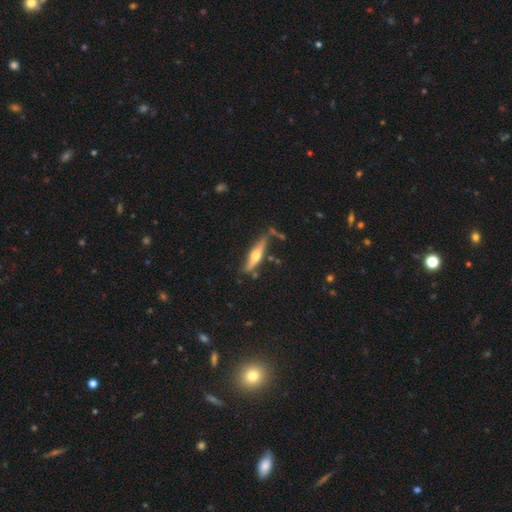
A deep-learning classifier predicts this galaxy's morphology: Smooth or featured?
  - featured or disk: 58% *
  - smooth: 36%
  - star or artifact: 6%
Edge-on disk?
  - yes: 92% *
  - no: 8%
Edge-on bulge?
  - rounded: 93% *
  - none: 4%
  - boxy: 3%
Merging?
  - none: 71% *
  - minor disturbance: 18%
  - merger: 7%
  - major disturbance: 4%